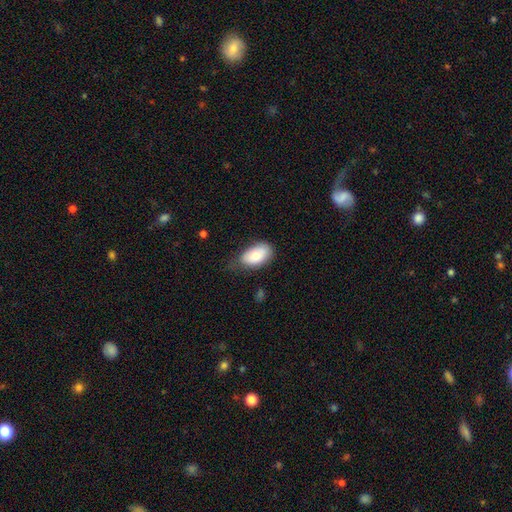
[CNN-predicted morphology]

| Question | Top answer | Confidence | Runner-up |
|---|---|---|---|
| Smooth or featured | smooth | 78% | featured or disk (15%) |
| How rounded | in between | 93% | round (5%) |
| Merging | none | 60% | minor disturbance (31%) |